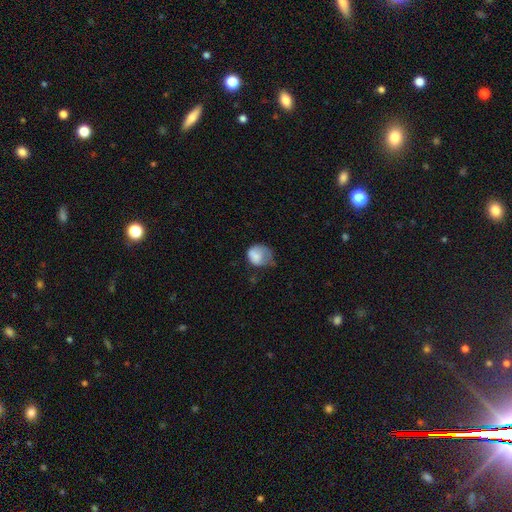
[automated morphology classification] Smooth or featured?
  - smooth: 76% *
  - featured or disk: 16%
  - star or artifact: 8%
How rounded?
  - round: 57% *
  - in between: 42%
  - cigar-shaped: 1%
Merging?
  - minor disturbance: 36% *
  - major disturbance: 34%
  - none: 27%
  - merger: 2%